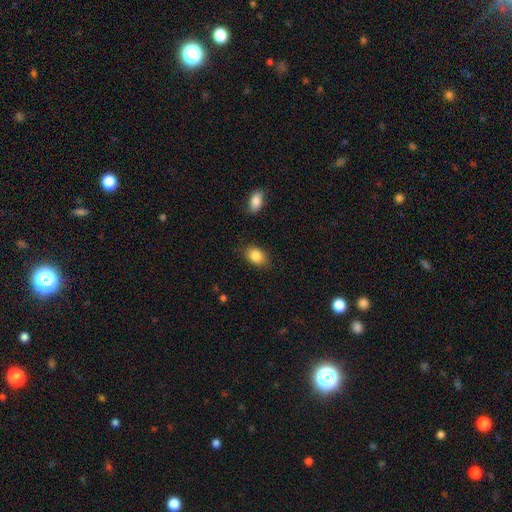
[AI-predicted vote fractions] smooth 86%, star or artifact 8%, featured or disk 6%. Down the decision tree: how rounded — in between (81%); merging — none (84%).